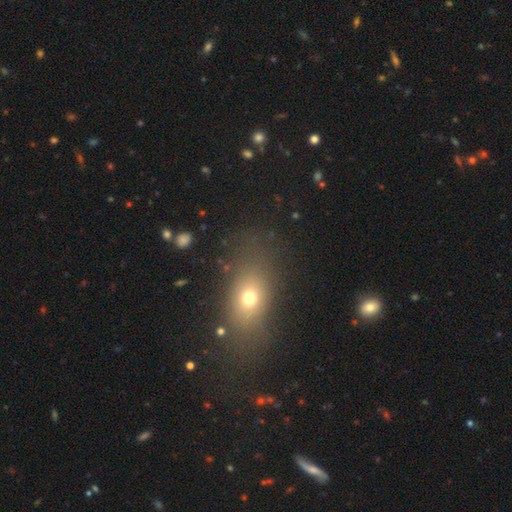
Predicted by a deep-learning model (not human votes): Q: Smooth or featured?
A: smooth (62%); runner-up: star or artifact (23%)
Q: How rounded?
A: in between (69%); runner-up: round (23%)
Q: Merging?
A: none (81%); runner-up: minor disturbance (11%)